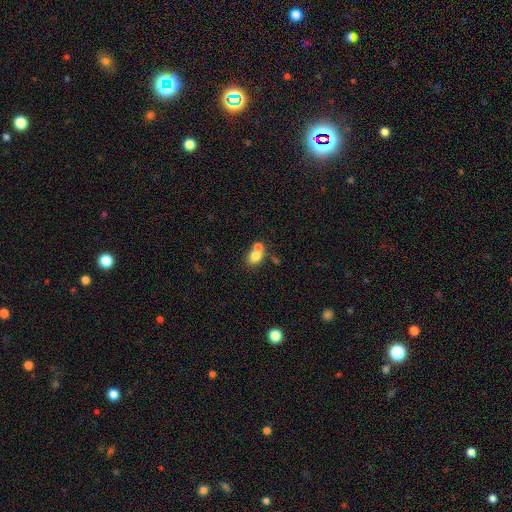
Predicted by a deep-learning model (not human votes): Overall: smooth (78%). How rounded: round (51%; in between 48%). Merging: merger (50%; none 39%).